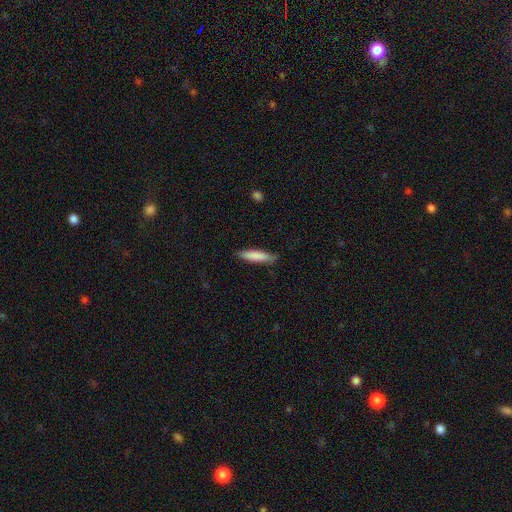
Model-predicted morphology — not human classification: Smooth or featured?
  - smooth: 83% *
  - featured or disk: 12%
  - star or artifact: 6%
How rounded?
  - cigar-shaped: 82% *
  - in between: 17%
  - round: 1%
Merging?
  - none: 85% *
  - minor disturbance: 12%
  - major disturbance: 2%
  - merger: 1%